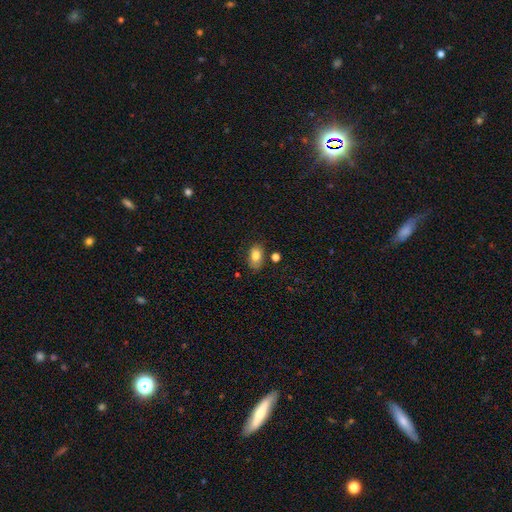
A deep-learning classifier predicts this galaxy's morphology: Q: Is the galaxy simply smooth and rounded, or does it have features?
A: smooth — 80%.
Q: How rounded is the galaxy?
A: in between — 86%.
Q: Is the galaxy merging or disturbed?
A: none — 75%.